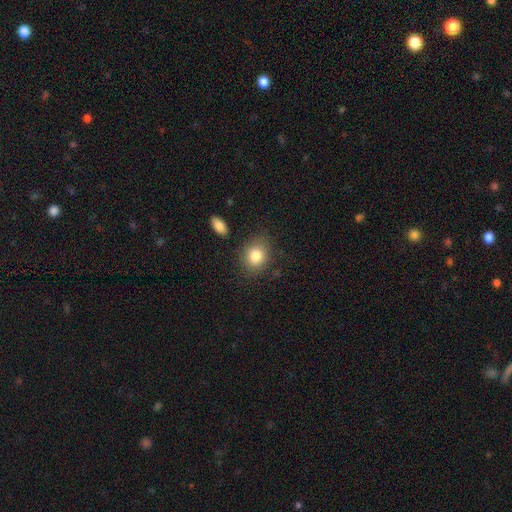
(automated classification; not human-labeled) The model was most divided on "how rounded": round: 57%, in between: 42%, cigar-shaped: 1%. More confident: smooth or featured — smooth (82%); merging — none (79%).